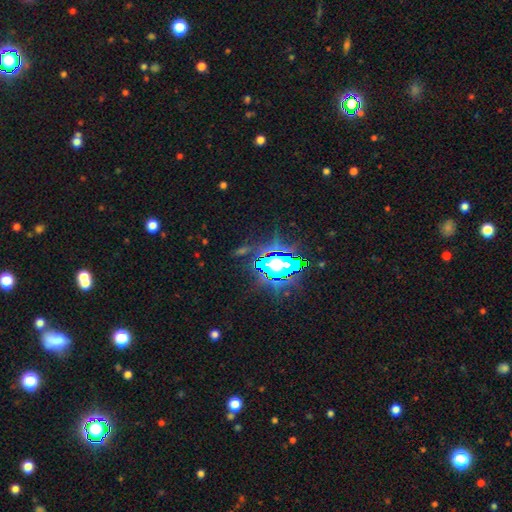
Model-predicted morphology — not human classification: Smooth or featured?
  - star or artifact: 82% *
  - smooth: 10%
  - featured or disk: 7%